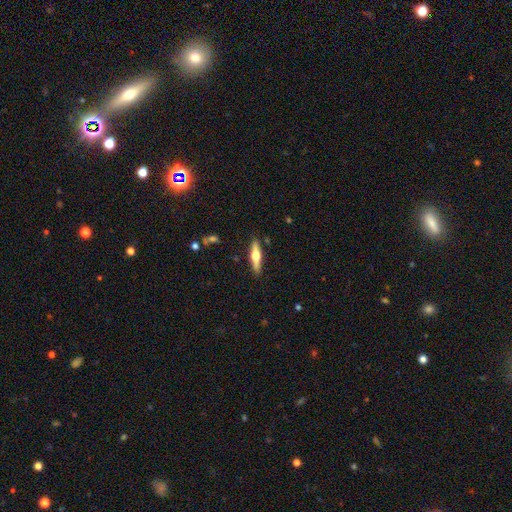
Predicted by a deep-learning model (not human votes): Smooth or featured? Predicted: featured or disk (p=0.57). Edge-on disk? Predicted: yes (p=0.94). Edge-on bulge? Predicted: rounded (p=0.94). Merging? Predicted: none (p=0.89).